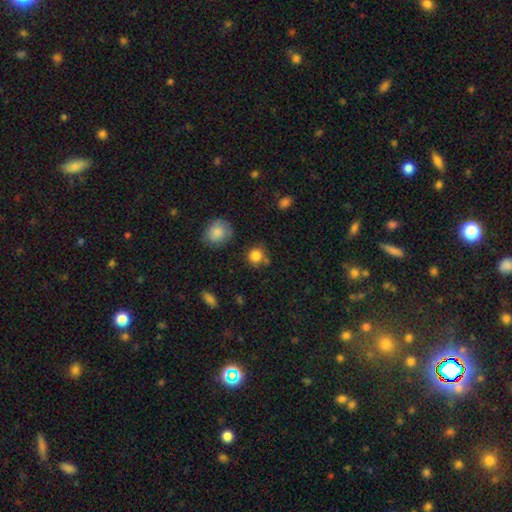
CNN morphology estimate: smooth_or_featured: smooth (p=0.84) [alt: star or artifact p=0.11]
how_rounded: round (p=0.89) [alt: in between p=0.10]
merging: none (p=0.74) [alt: minor disturbance p=0.13]